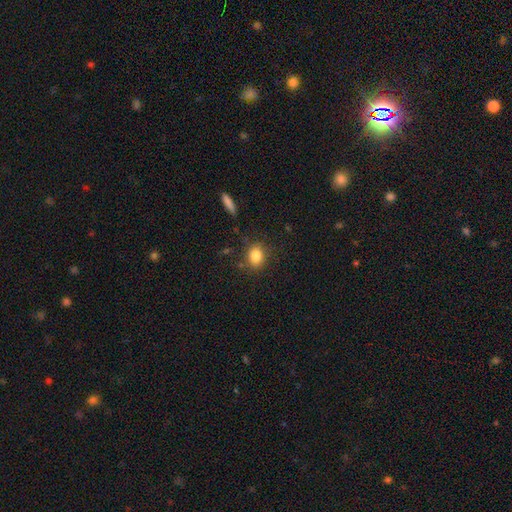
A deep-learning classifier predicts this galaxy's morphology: smooth 84%, star or artifact 9%, featured or disk 6%. Down the decision tree: how rounded — round (56%); merging — none (78%).